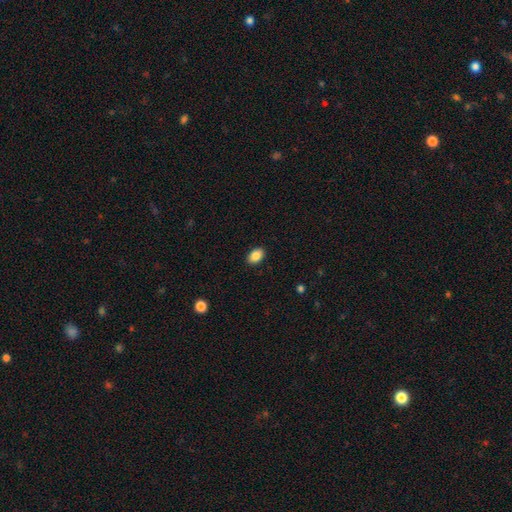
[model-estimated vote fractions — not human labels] This is clearly a smooth galaxy (86%). How rounded: clearly in between (87%). Merging: clearly none (89%).